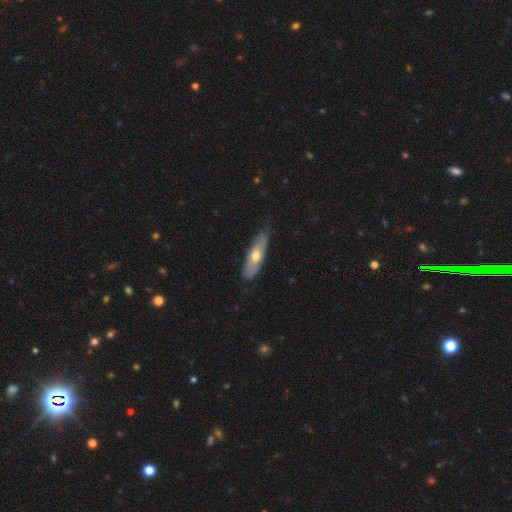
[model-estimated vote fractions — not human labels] Smooth or featured: featured or disk — 49% (smooth — 45%)
Merging: none — 72% (minor disturbance — 23%)